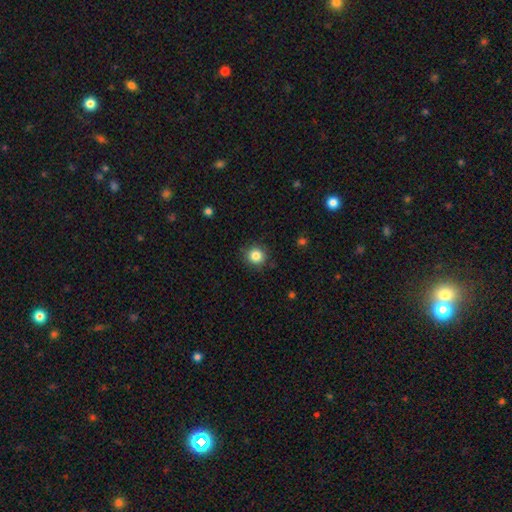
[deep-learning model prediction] This is clearly a smooth galaxy (85%). How rounded: clearly round (92%). Merging: clearly none (88%).